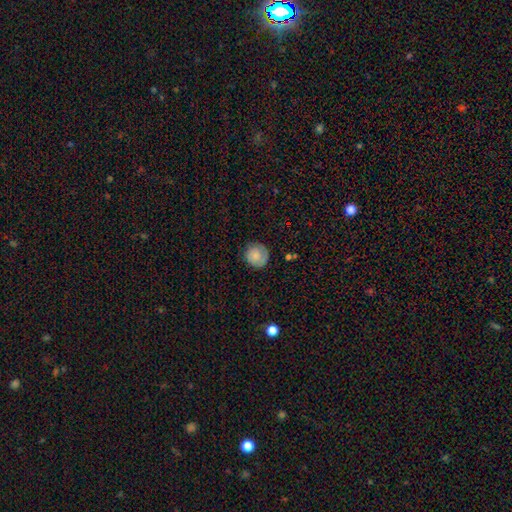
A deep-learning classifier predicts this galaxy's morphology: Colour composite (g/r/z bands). It shows a smooth galaxy with no disk features (76%) that is round (91%). Merging: none (81%).